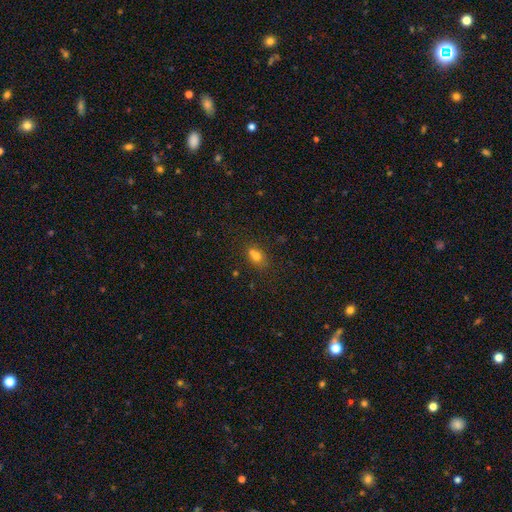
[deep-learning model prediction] Morphology: type=smooth (69%); roundness=in between (56%); merging=none (45%).